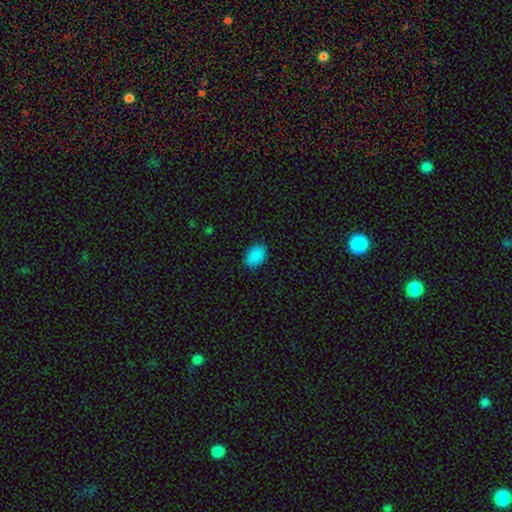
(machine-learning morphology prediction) Smooth or featured? smooth (88%)
How rounded? in between (83%)
Merging? none (86%)